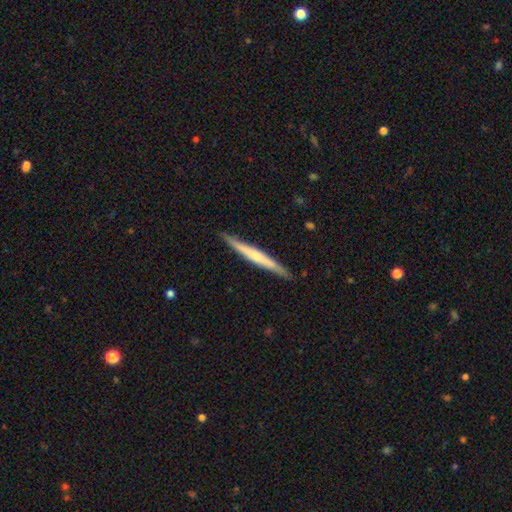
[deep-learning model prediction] The model was most divided on "edge-on bulge": rounded: 47%, none: 45%, boxy: 8%. More confident: edge-on disk — yes (97%); merging — none (90%); smooth or featured — featured or disk (57%).